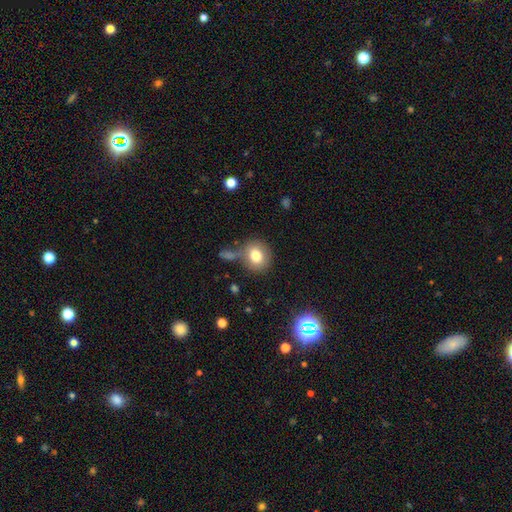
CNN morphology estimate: This appears to be a smooth galaxy with no disk features (79%) that is round (73%). Merging: none (68%).